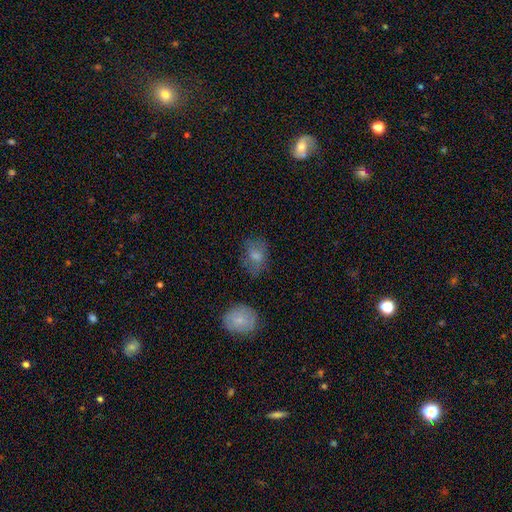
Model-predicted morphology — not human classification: This appears to be a smooth galaxy with no disk features (62%) that is in between round and cigar-shaped (62%). Merging: none (72%).